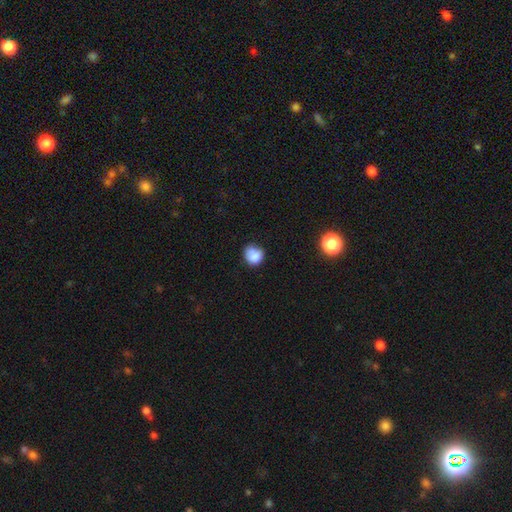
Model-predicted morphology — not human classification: Smooth or featured? Predicted: smooth (p=0.84). How rounded? Predicted: round (p=0.78). Merging? Predicted: none (p=0.59).